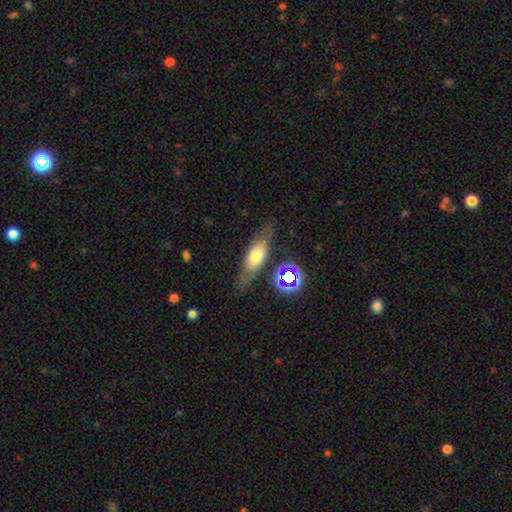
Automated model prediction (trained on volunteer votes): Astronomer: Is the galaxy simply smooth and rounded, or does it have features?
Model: smooth — 51% (runner-up: featured or disk, 37%).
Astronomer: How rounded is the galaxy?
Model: in between — 66%.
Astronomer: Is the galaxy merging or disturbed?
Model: none — 65%.